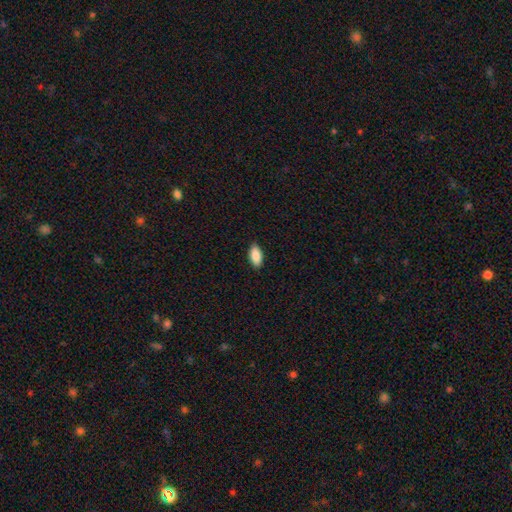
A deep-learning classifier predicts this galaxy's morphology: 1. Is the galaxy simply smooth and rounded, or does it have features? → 89% smooth, 6% star or artifact, 5% featured or disk.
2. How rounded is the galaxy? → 90% in between, 7% cigar-shaped, 2% round.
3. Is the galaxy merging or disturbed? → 89% none, 8% minor disturbance, 2% major disturbance, 1% merger.